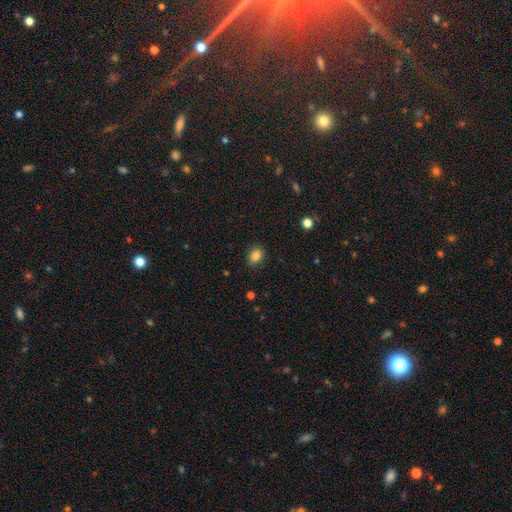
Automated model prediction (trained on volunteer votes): This appears to be a smooth galaxy with no disk features (85%) that is in between round and cigar-shaped (62%). Merging: none (84%).